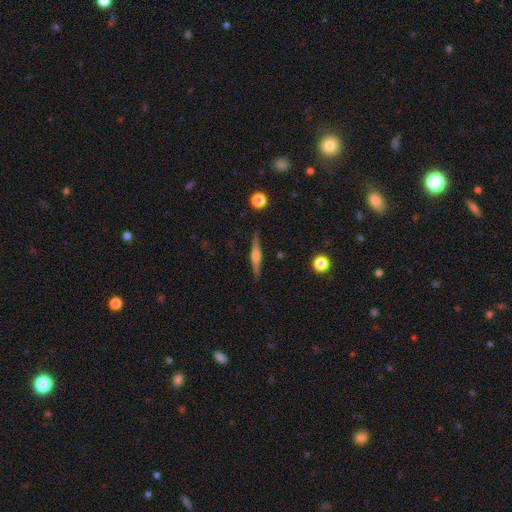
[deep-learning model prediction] Morphology: type=featured or disk (70%); edge-on=yes (98%); edge-on bulge=rounded (71%); merging=none (88%).